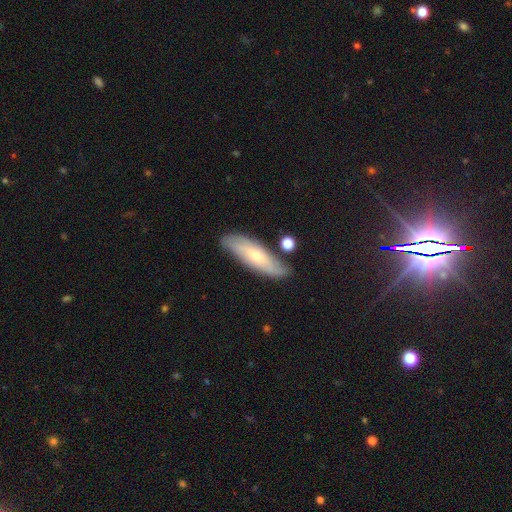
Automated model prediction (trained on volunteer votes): smooth 48%, featured or disk 45%, star or artifact 6%. Down the decision tree: merging — none (78%).